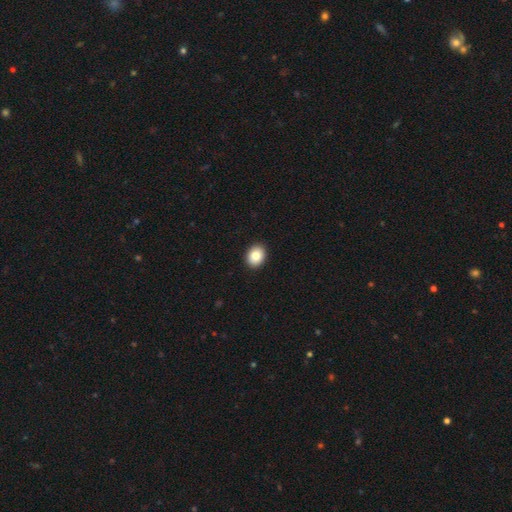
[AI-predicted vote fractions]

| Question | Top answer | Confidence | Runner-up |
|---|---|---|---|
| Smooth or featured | smooth | 84% | star or artifact (8%) |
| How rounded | in between | 63% | round (36%) |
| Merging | none | 92% | minor disturbance (6%) |